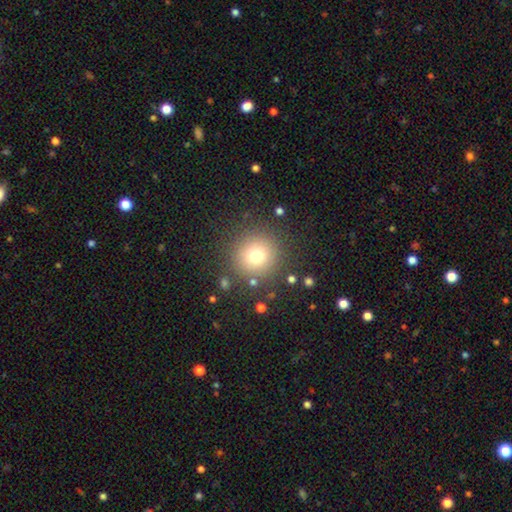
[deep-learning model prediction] Smooth or featured?
  - smooth: 73% *
  - star or artifact: 16%
  - featured or disk: 11%
How rounded?
  - round: 95% *
  - in between: 4%
  - cigar-shaped: 1%
Merging?
  - none: 87% *
  - minor disturbance: 7%
  - major disturbance: 4%
  - merger: 3%